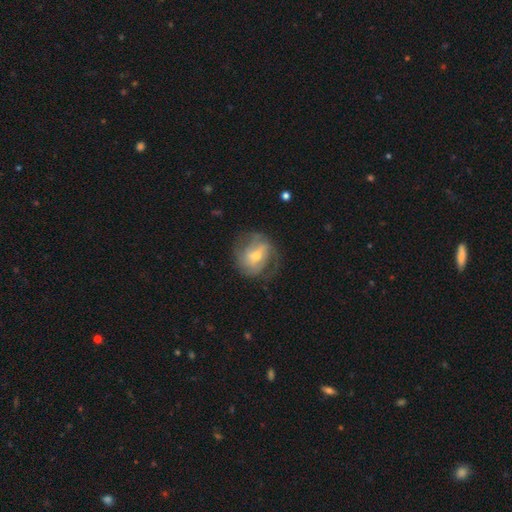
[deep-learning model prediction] smooth-or-featured: featured or disk: 63% | smooth: 30% | star or artifact: 7%
  disk-edge-on: no: 96% | yes: 4%
    bar: weak: 46% | no: 32% | strong: 22%
    has-spiral-arms: yes: 80% | no: 20%
    bulge-size: moderate: 47% | small: 45% | large: 4% | none: 2% | dominant: 1%
  merging: none: 58% | minor disturbance: 22% | major disturbance: 18% | merger: 1%